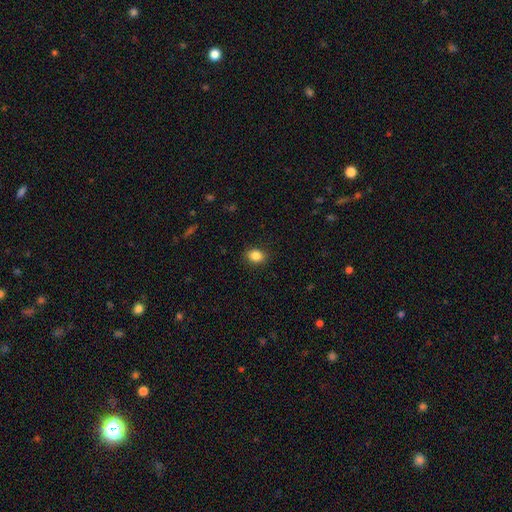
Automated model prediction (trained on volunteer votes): Smooth or featured: smooth — 85% (star or artifact — 10%)
How rounded: round — 51% (in between — 48%)
Merging: none — 88% (minor disturbance — 9%)